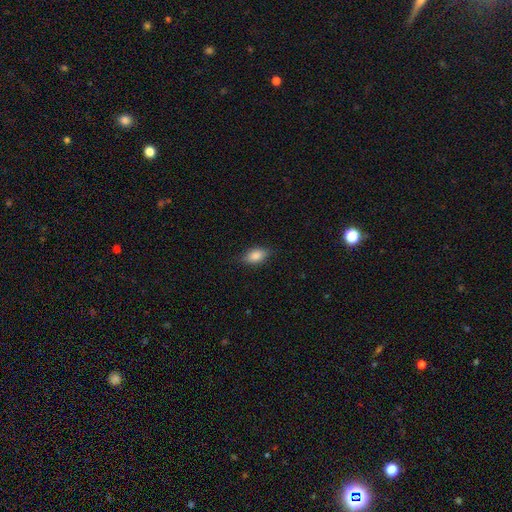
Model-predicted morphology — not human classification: Q: Smooth or featured?
A: smooth (85%); runner-up: star or artifact (7%)
Q: How rounded?
A: in between (89%); runner-up: round (6%)
Q: Merging?
A: none (82%); runner-up: minor disturbance (14%)